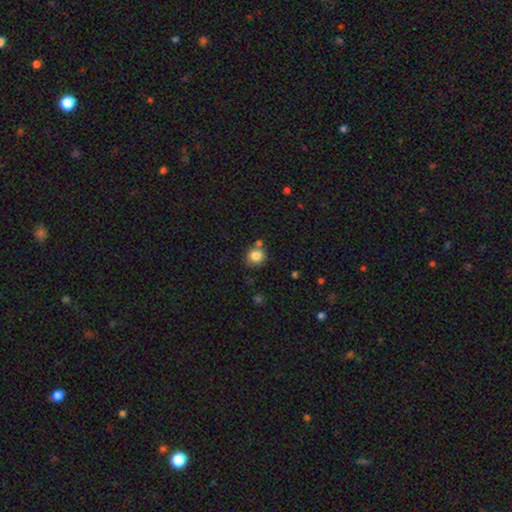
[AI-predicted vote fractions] smooth 84%, star or artifact 10%, featured or disk 6%. Down the decision tree: how rounded — round (85%); merging — none (68%).